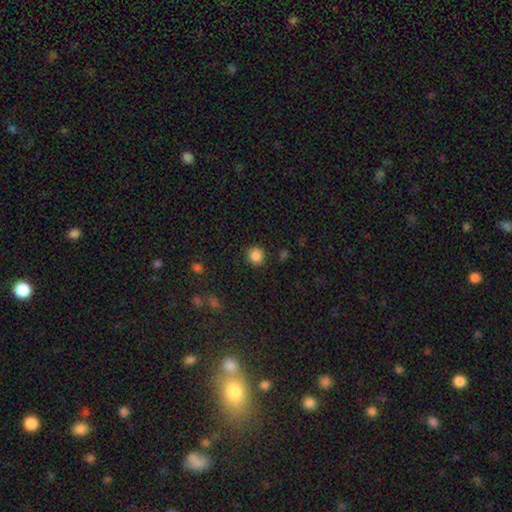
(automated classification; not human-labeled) Smooth or featured? Predicted: smooth (p=0.86). How rounded? Predicted: round (p=0.92). Merging? Predicted: none (p=0.90).